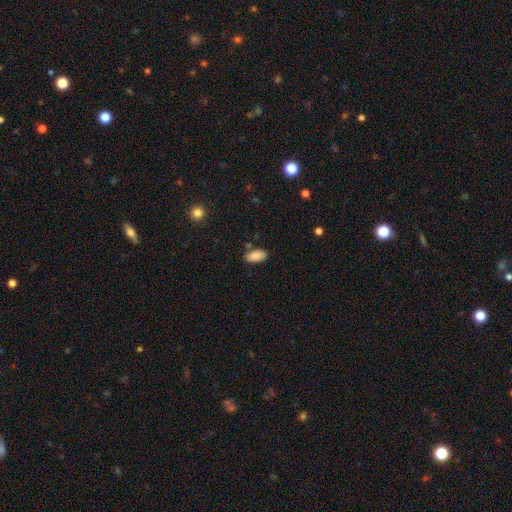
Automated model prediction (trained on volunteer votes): This appears to be a smooth galaxy with no disk features (88%) that is in between round and cigar-shaped (92%). Merging: none (81%).